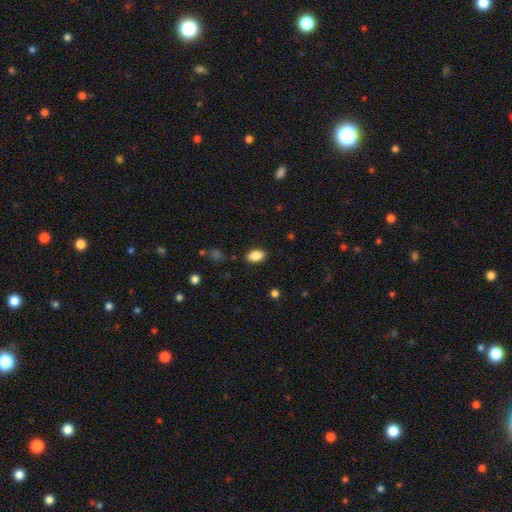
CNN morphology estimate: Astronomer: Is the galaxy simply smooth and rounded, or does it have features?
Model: smooth — 86%.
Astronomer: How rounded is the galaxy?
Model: in between — 90%.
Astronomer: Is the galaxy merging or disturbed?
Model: none — 87%.